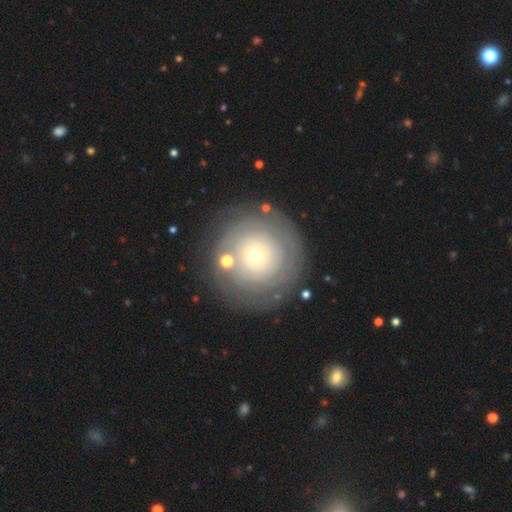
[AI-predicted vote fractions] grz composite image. It shows a featured or disk galaxy (54%) with no bar (92%), no spiral arms (52%) and a small central bulge (77%). Merging: none (80%).